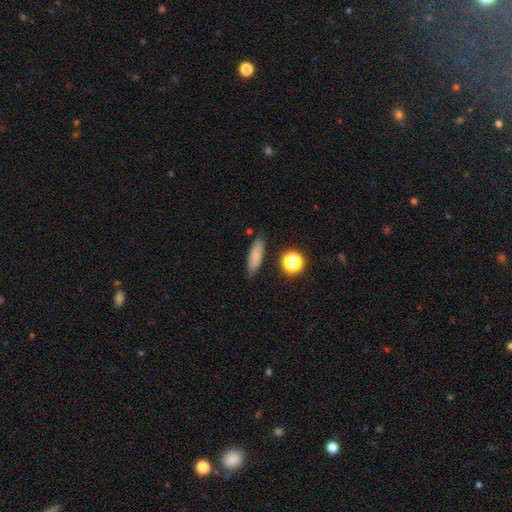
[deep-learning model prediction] Smooth or featured? smooth (78%)
How rounded? in between (56%)
Merging? none (82%)